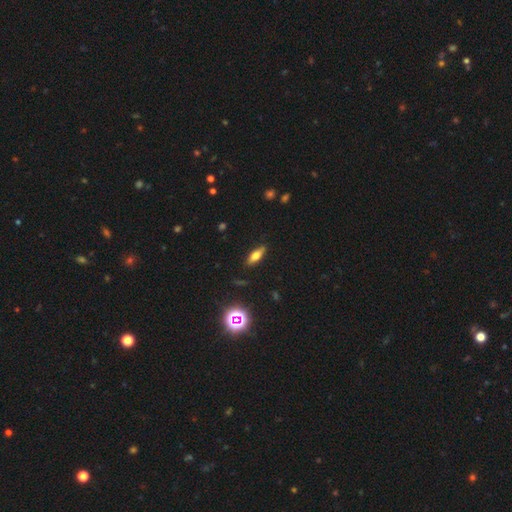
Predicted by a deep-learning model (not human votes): A smooth galaxy with no disk features (57%) that is in between round and cigar-shaped (61%).

Vote fractions:
- Smooth or featured? smooth: 57% / featured or disk: 30% / star or artifact: 12%
- How rounded? in between: 61% / cigar-shaped: 35% / round: 4%
- Merging? none: 86% / minor disturbance: 10% / major disturbance: 2% / merger: 1%